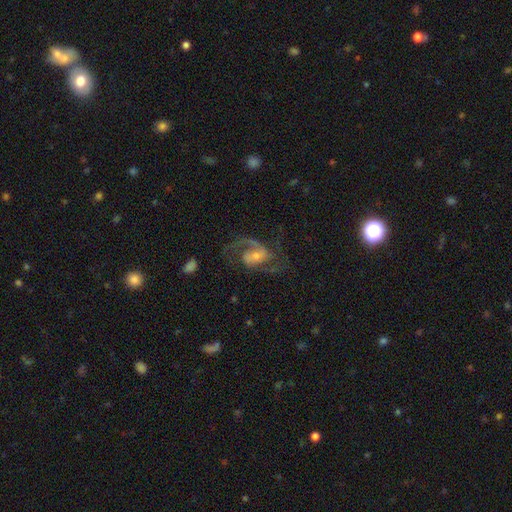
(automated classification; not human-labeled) Smooth or featured?
  - featured or disk: 84% *
  - smooth: 9%
  - star or artifact: 7%
Edge-on disk?
  - no: 97% *
  - yes: 3%
Bar?
  - weak: 43% *
  - no: 42%
  - strong: 15%
Spiral arms?
  - yes: 95% *
  - no: 5%
Spiral winding?
  - medium: 54% *
  - loose: 31%
  - tight: 15%
Spiral arm count?
  - 2: 74% *
  - 1: 13%
  - can't tell: 5%
  - 3: 4%
  - 4: 2%
  - more than 4: 2%
Bulge size?
  - small: 56% *
  - moderate: 31%
  - none: 6%
  - large: 5%
  - dominant: 1%
Merging?
  - none: 60% *
  - major disturbance: 22%
  - minor disturbance: 16%
  - merger: 2%